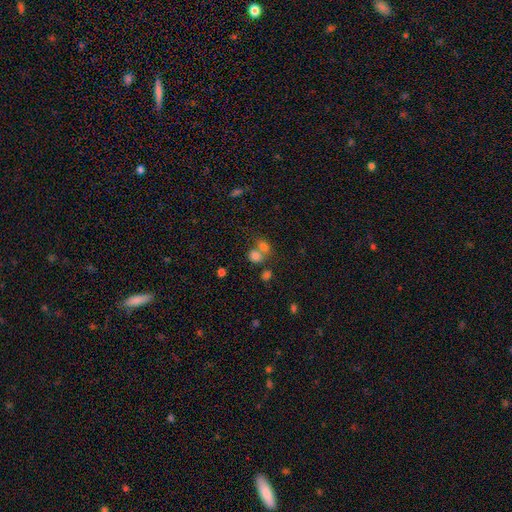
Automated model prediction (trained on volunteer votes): smooth-or-featured: smooth: 75% | star or artifact: 15% | featured or disk: 10%
  how-rounded: round: 55% | in between: 44% | cigar-shaped: 1%
  merging: merger: 48% | none: 37% | minor disturbance: 9% | major disturbance: 5%